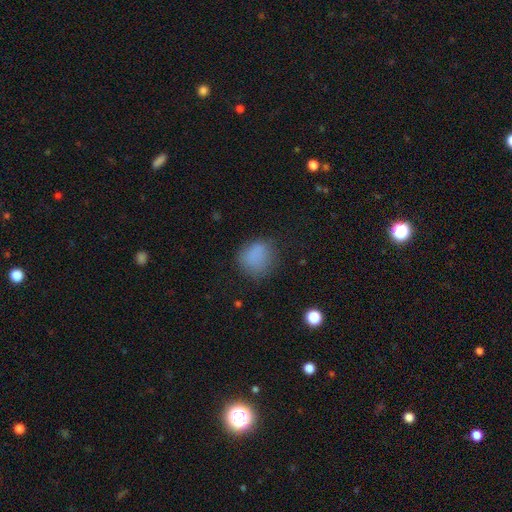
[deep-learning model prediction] The model was most divided on "merging": none: 68%, minor disturbance: 21%, major disturbance: 9%, merger: 2%. More confident: smooth or featured — smooth (82%); how rounded — round (77%).